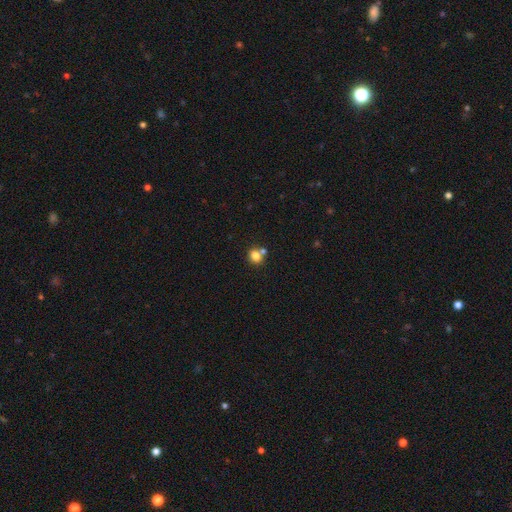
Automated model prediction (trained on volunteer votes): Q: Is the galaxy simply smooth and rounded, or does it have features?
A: smooth — 80%.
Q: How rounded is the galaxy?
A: round — 76%.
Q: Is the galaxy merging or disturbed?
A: none — 59%.